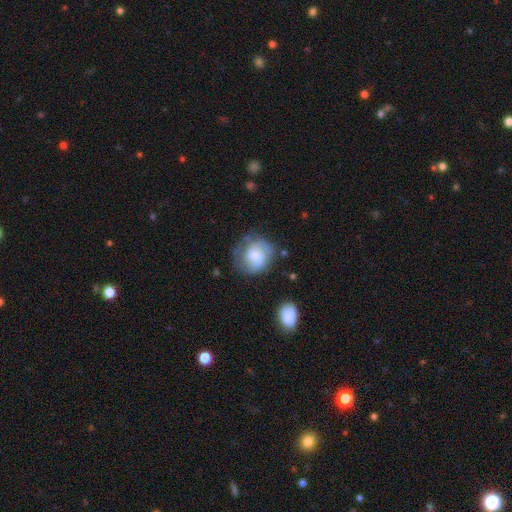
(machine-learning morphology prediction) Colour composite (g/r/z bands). It shows a smooth galaxy with no disk features (52%) that is round (77%). Merging: none (57%).